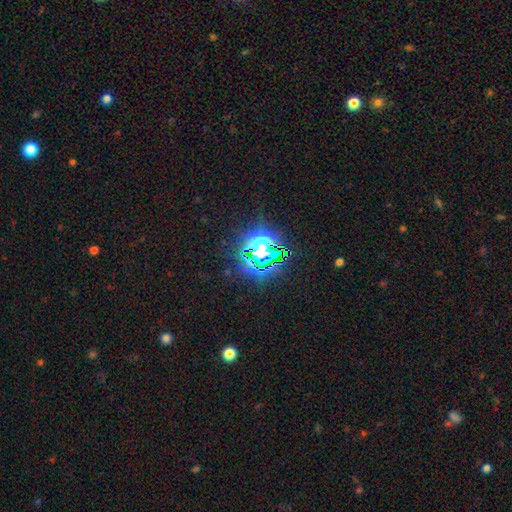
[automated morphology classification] This appears to be a star or artifact, not a galaxy (73%).